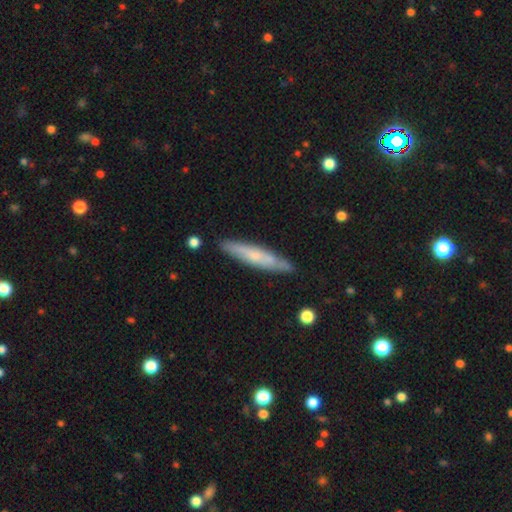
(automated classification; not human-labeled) smooth 52%, featured or disk 42%, star or artifact 6%. Down the decision tree: how rounded — cigar-shaped (91%); merging — none (84%).